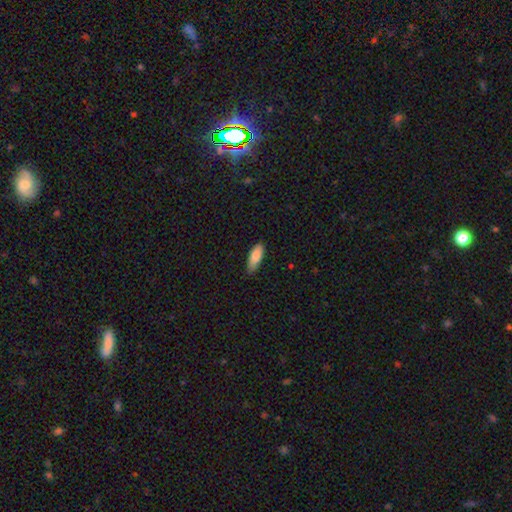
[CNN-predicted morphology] Smooth or featured?
  - smooth: 84% *
  - featured or disk: 10%
  - star or artifact: 6%
How rounded?
  - in between: 71% *
  - cigar-shaped: 27%
  - round: 2%
Merging?
  - none: 79% *
  - minor disturbance: 18%
  - major disturbance: 2%
  - merger: 1%